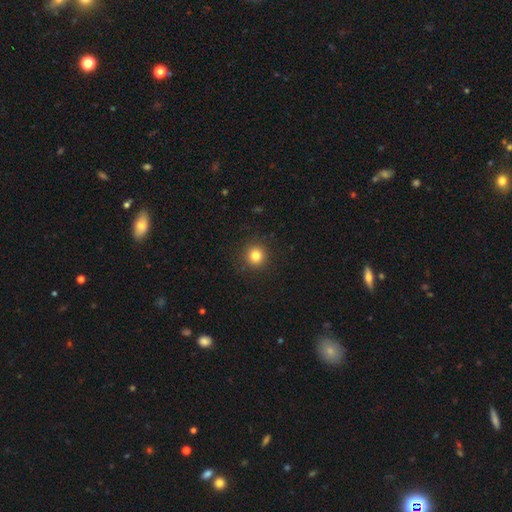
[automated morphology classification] A smooth galaxy with no disk features (82%) that is round (94%).

Vote fractions:
- Smooth or featured? smooth: 82% / star or artifact: 13% / featured or disk: 6%
- How rounded? round: 94% / in between: 5% / cigar-shaped: 1%
- Merging? none: 91% / minor disturbance: 6% / major disturbance: 2% / merger: 1%